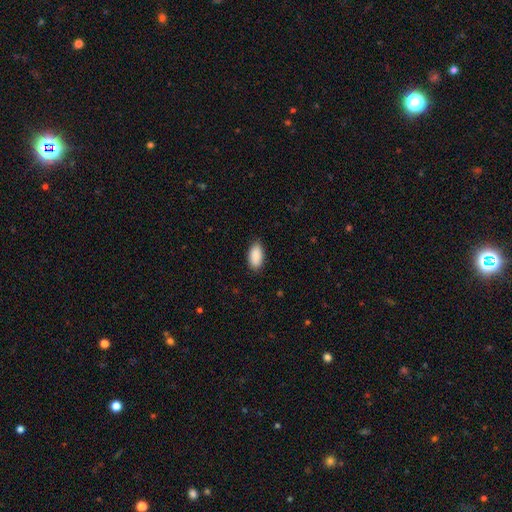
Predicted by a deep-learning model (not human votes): Morphology: type=smooth (90%); roundness=in between (94%); merging=none (86%).